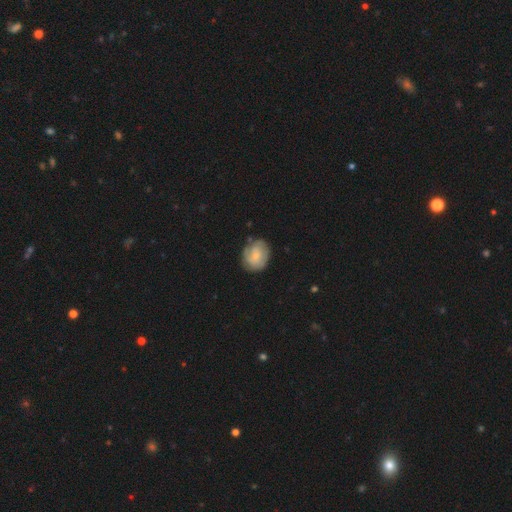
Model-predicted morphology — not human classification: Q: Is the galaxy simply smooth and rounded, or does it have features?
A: smooth — 55%.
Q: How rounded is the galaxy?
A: round — 58%.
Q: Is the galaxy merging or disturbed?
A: none — 69%.